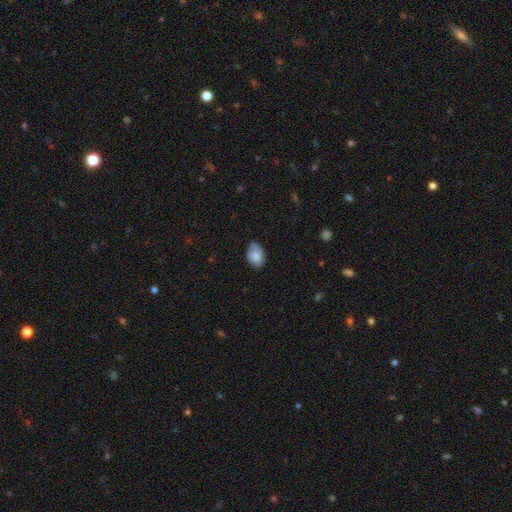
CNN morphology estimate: smooth-or-featured: smooth: 77% | featured or disk: 16% | star or artifact: 7%
  how-rounded: in between: 85% | round: 14% | cigar-shaped: 1%
  merging: none: 63% | minor disturbance: 30% | major disturbance: 6% | merger: 1%